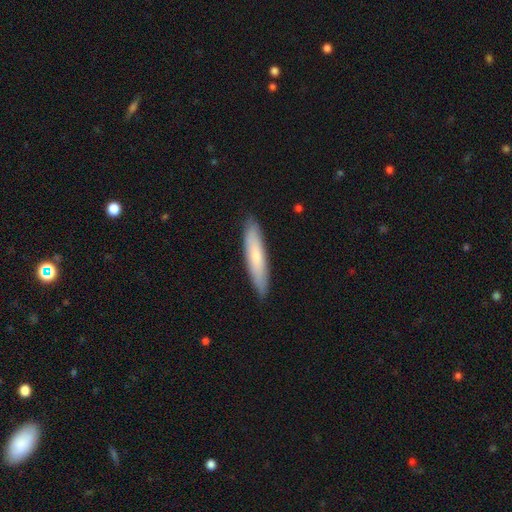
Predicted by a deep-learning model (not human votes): Q: Smooth or featured?
A: smooth (69%); runner-up: featured or disk (26%)
Q: How rounded?
A: cigar-shaped (88%); runner-up: in between (11%)
Q: Merging?
A: none (89%); runner-up: minor disturbance (8%)